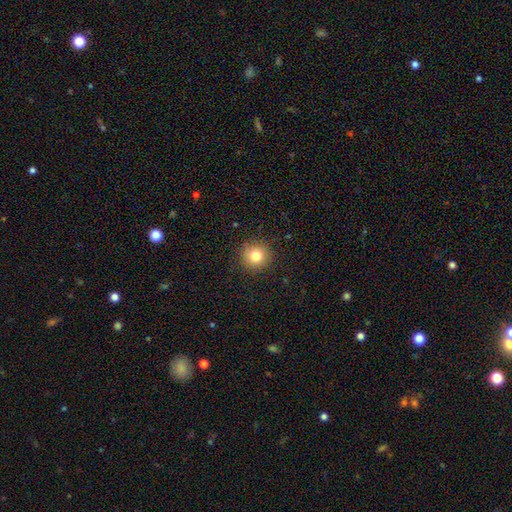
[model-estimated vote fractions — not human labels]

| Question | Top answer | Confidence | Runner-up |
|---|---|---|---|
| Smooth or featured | smooth | 80% | star or artifact (12%) |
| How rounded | round | 94% | in between (5%) |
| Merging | none | 90% | minor disturbance (7%) |